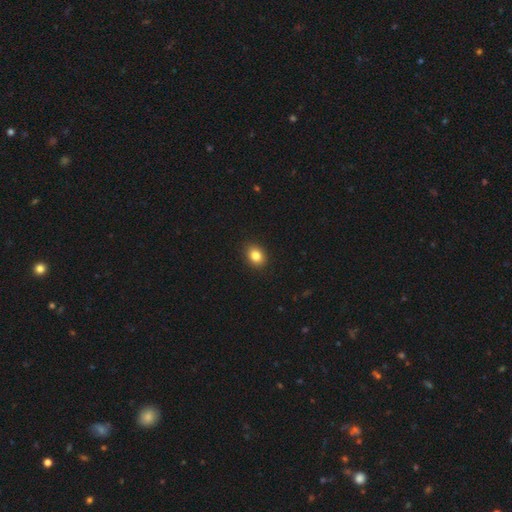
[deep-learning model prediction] Smooth or featured? smooth (84%)
How rounded? in between (54%)
Merging? none (90%)